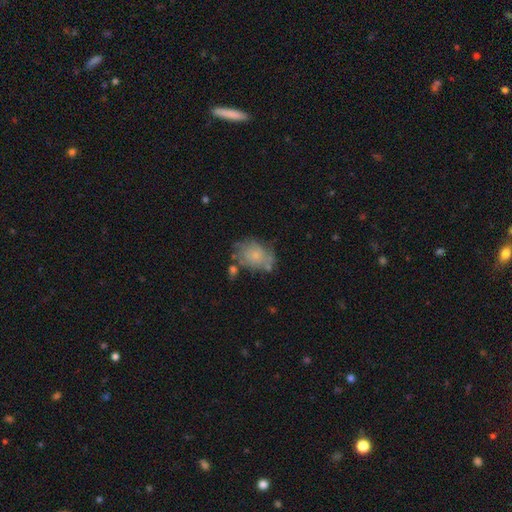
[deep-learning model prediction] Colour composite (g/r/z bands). It shows a smooth galaxy with no disk features (58%) that is in between round and cigar-shaped (62%). Merging: none (52%).